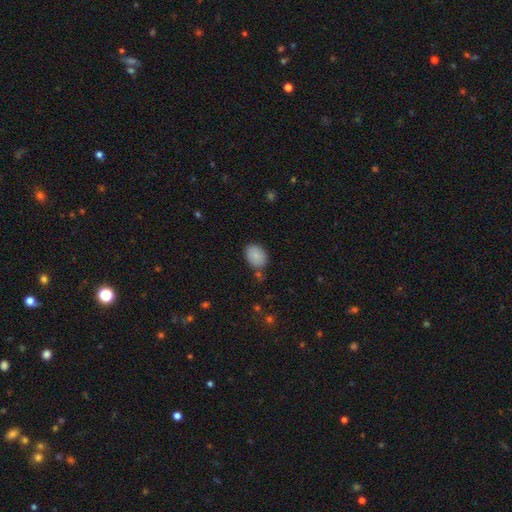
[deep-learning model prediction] Smooth or featured? smooth (86%)
How rounded? in between (75%)
Merging? none (73%)